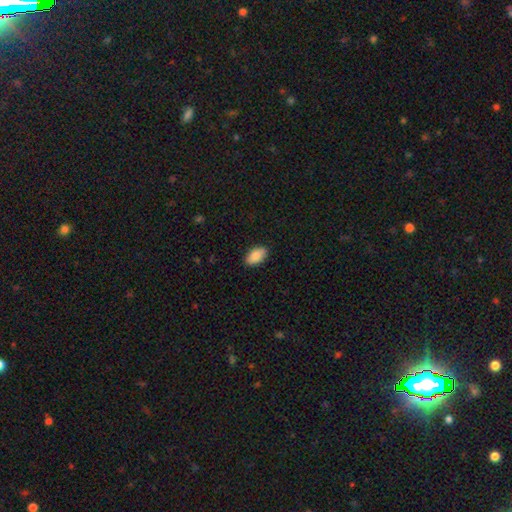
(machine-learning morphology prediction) Smooth or featured? Predicted: smooth (p=0.86). How rounded? Predicted: in between (p=0.94). Merging? Predicted: none (p=0.87).